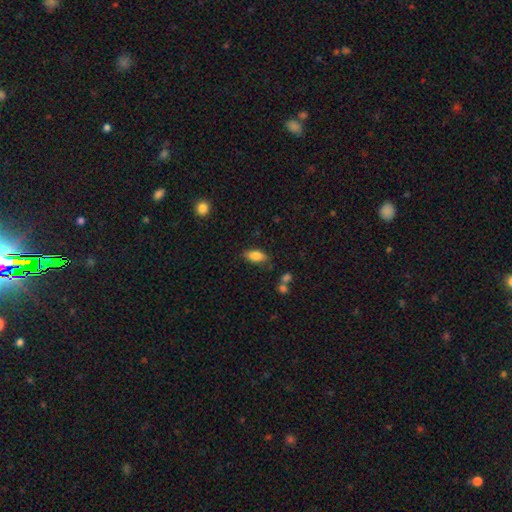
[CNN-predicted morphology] Smooth or featured? smooth (83%)
How rounded? in between (87%)
Merging? none (75%)